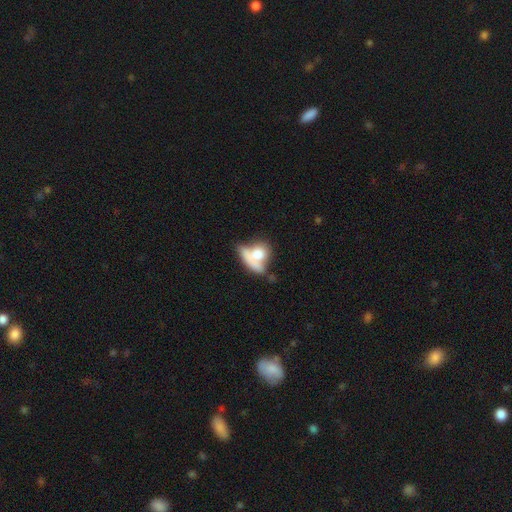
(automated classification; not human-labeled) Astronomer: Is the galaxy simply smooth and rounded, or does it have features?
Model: smooth — 65%.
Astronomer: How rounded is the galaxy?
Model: in between — 54% (runner-up: round, 37%).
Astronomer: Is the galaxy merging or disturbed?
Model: merger — 47% (runner-up: none, 23%).